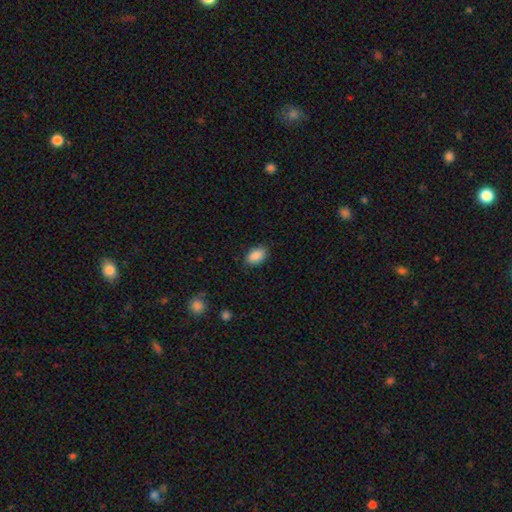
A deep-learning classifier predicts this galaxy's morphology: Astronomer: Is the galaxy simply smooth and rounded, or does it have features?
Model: smooth — 89%.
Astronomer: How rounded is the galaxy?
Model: in between — 91%.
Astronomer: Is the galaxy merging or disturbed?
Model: none — 83%.